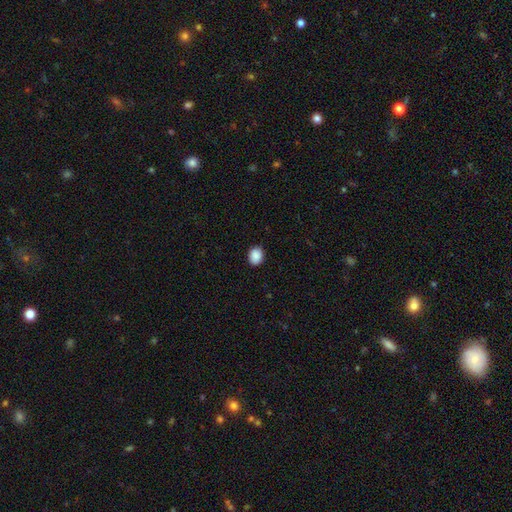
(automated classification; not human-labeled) Smooth or featured: smooth — 90% (star or artifact — 8%)
How rounded: in between — 52% (round — 47%)
Merging: none — 89% (minor disturbance — 8%)